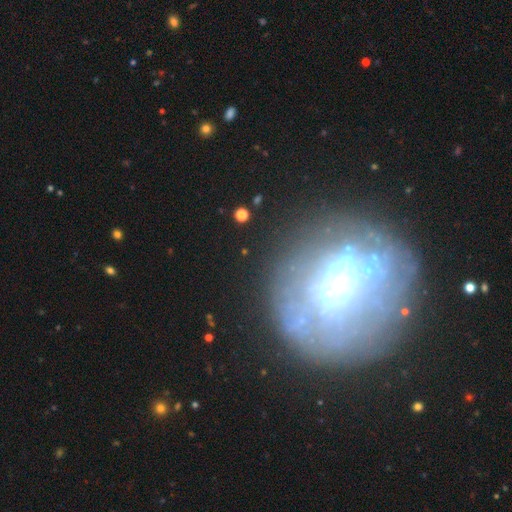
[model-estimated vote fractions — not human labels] Smooth or featured?
  - featured or disk: 54% *
  - smooth: 24%
  - star or artifact: 21%
Edge-on disk?
  - no: 82% *
  - yes: 18%
Merging?
  - none: 67% *
  - minor disturbance: 14%
  - major disturbance: 12%
  - merger: 6%